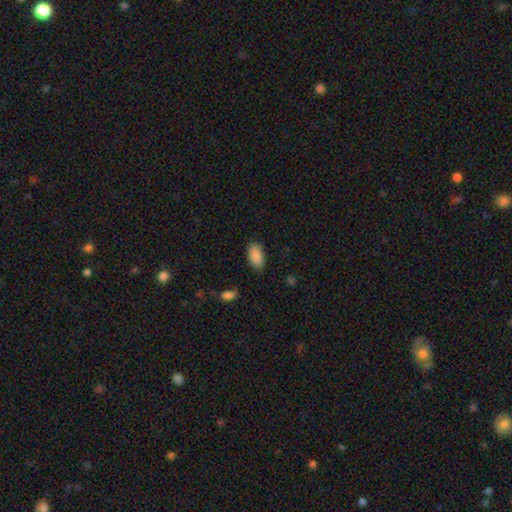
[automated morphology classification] smooth 89%, star or artifact 7%, featured or disk 3%. Down the decision tree: how rounded — in between (94%); merging — none (81%).